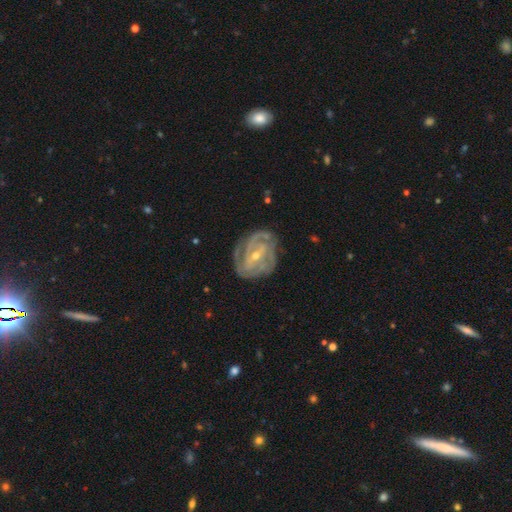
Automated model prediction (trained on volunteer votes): Overall: featured or disk (88%). Edge-on disk: no (97%). Bar: weak (43%; strong 34%). Spiral arms: yes (96%). Spiral arm count: 2 (33%; 3 26%). Spiral winding: tight (69%). Bulge size: small (59%; moderate 39%). Merging: none (75%).